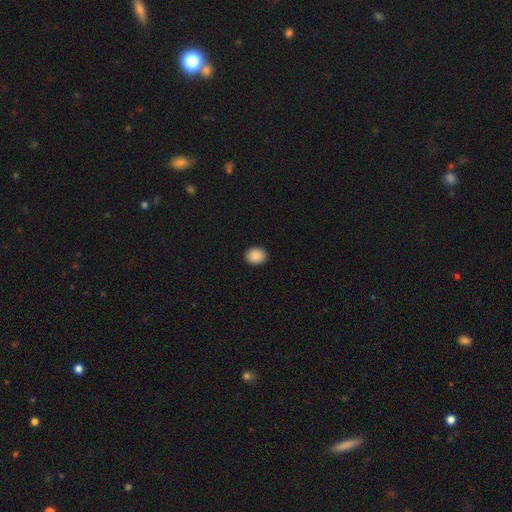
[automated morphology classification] A smooth galaxy with no disk features (90%) that is in between round and cigar-shaped (50%).

Vote fractions:
- Smooth or featured? smooth: 90% / star or artifact: 8% / featured or disk: 2%
- How rounded? in between: 50% / round: 49% / cigar-shaped: 1%
- Merging? none: 91% / minor disturbance: 6% / major disturbance: 2% / merger: 1%